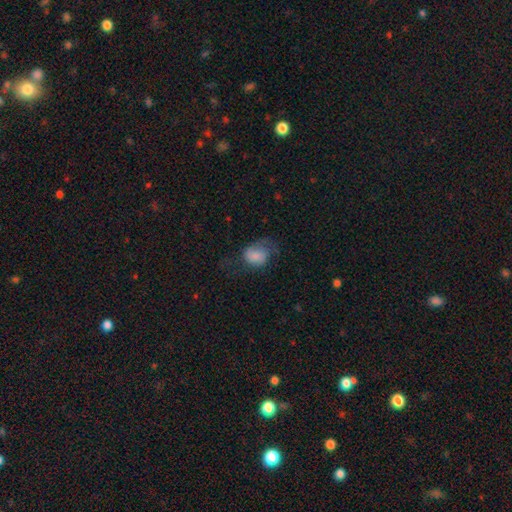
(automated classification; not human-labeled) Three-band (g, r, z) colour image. It shows a smooth galaxy with no disk features (63%) that is in between round and cigar-shaped (57%). Merging: none (36%).